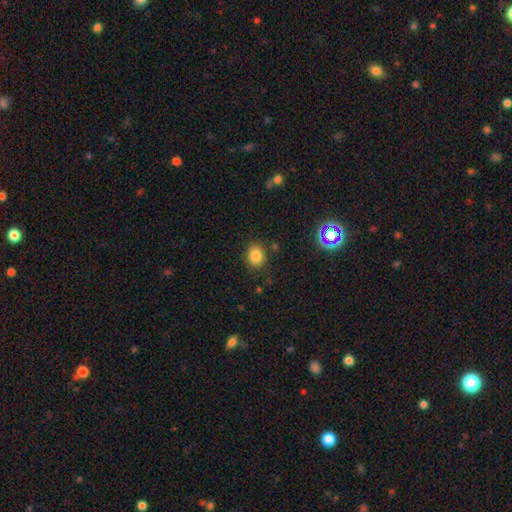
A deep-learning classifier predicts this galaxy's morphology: A smooth galaxy with no disk features (82%) that is round (67%). Merging: none (85%).